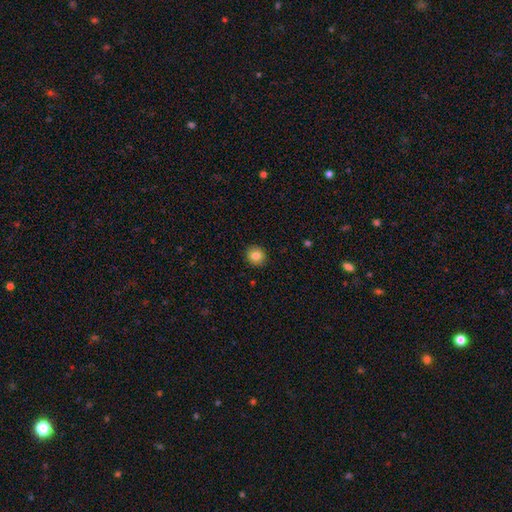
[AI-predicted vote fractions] The model was most divided on "how rounded": round: 86%, in between: 13%, cigar-shaped: 1%. More confident: merging — none (91%); smooth or featured — smooth (84%).